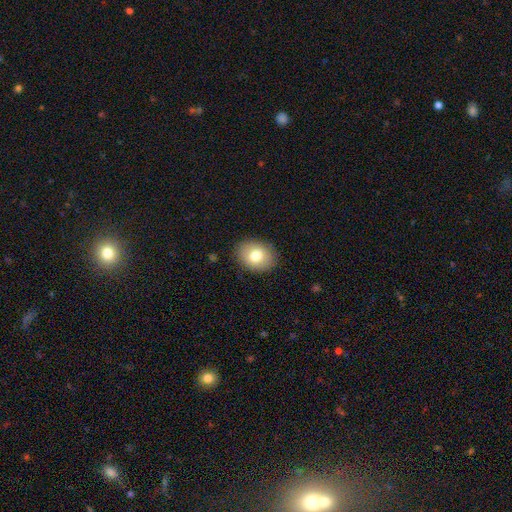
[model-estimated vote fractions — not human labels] This appears to be a smooth galaxy with no disk features (77%) that is in between round and cigar-shaped (61%). Merging: none (88%).